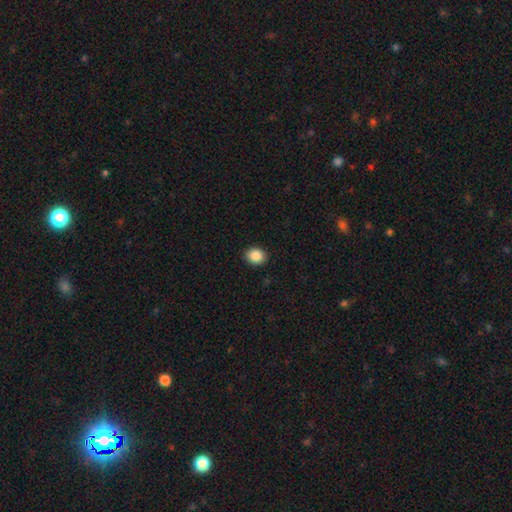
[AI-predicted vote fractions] The model was most divided on "how rounded": round: 66%, in between: 33%, cigar-shaped: 1%. More confident: merging — none (91%); smooth or featured — smooth (88%).